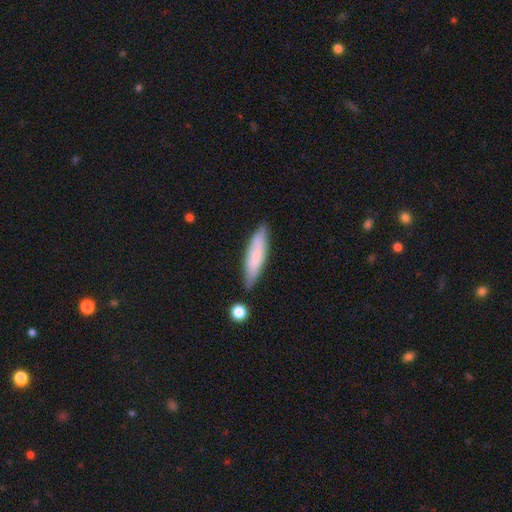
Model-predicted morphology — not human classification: smooth_or_featured: smooth (p=0.72) [alt: featured or disk p=0.22]
how_rounded: cigar-shaped (p=0.72) [alt: in between p=0.26]
merging: none (p=0.78) [alt: minor disturbance p=0.15]